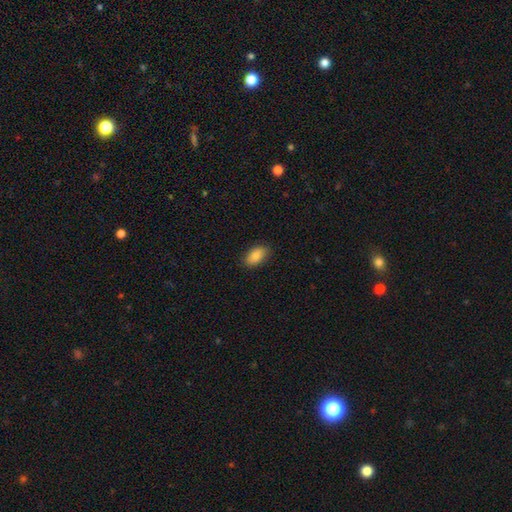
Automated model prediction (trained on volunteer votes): Smooth or featured? Predicted: smooth (p=0.86). How rounded? Predicted: in between (p=0.93). Merging? Predicted: none (p=0.87).